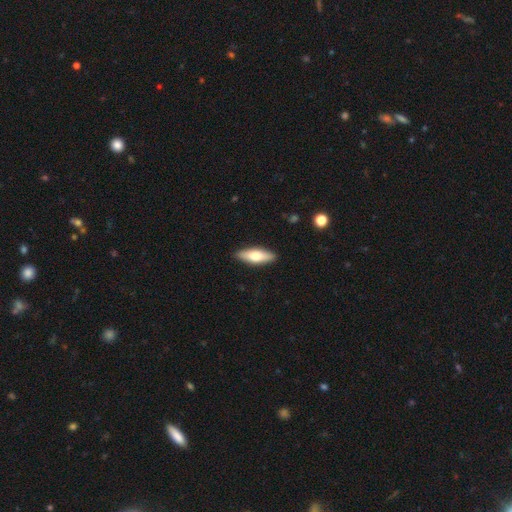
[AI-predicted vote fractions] Q: Smooth or featured?
A: smooth (63%); runner-up: featured or disk (32%)
Q: How rounded?
A: in between (57%); runner-up: cigar-shaped (41%)
Q: Merging?
A: none (90%); runner-up: minor disturbance (8%)